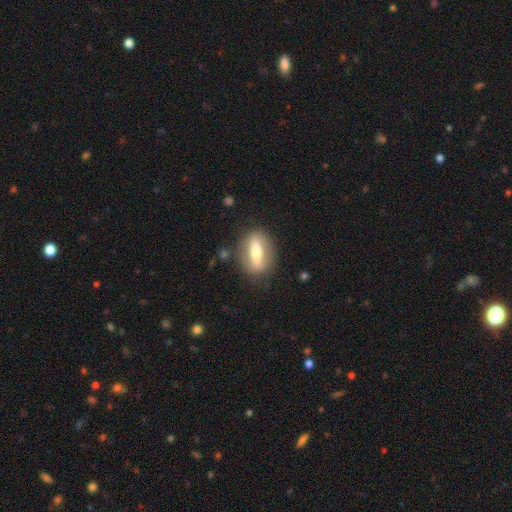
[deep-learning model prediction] Smooth or featured: featured or disk — 50% (smooth — 43%)
Merging: none — 83% (minor disturbance — 10%)